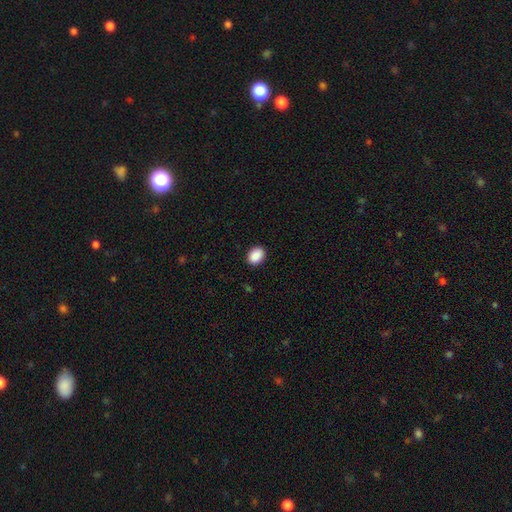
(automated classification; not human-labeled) A smooth galaxy with no disk features (90%) that is in between round and cigar-shaped (68%).

Vote fractions:
- Smooth or featured? smooth: 90% / star or artifact: 7% / featured or disk: 3%
- How rounded? in between: 68% / round: 31% / cigar-shaped: 1%
- Merging? none: 90% / minor disturbance: 7% / major disturbance: 2% / merger: 1%